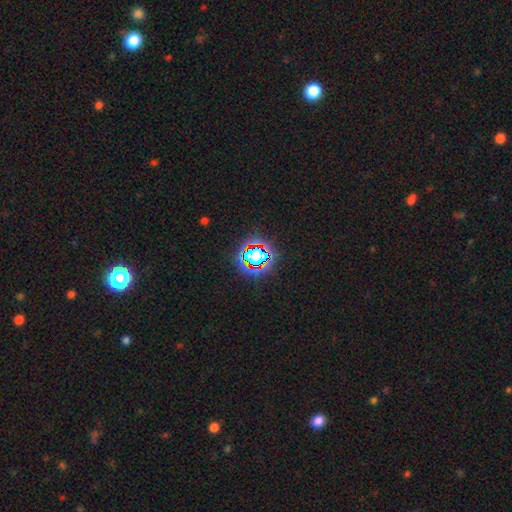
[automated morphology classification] The model was most divided on "smooth or featured": star or artifact: 67%, smooth: 19%, featured or disk: 14%.